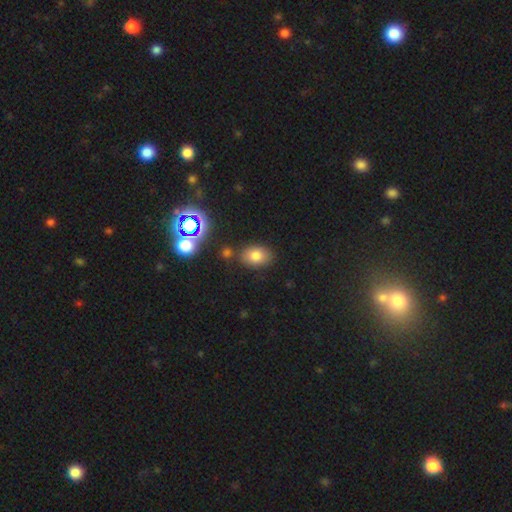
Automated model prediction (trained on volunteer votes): A smooth galaxy with no disk features (75%) that is in between round and cigar-shaped (79%). Merging: none (80%).